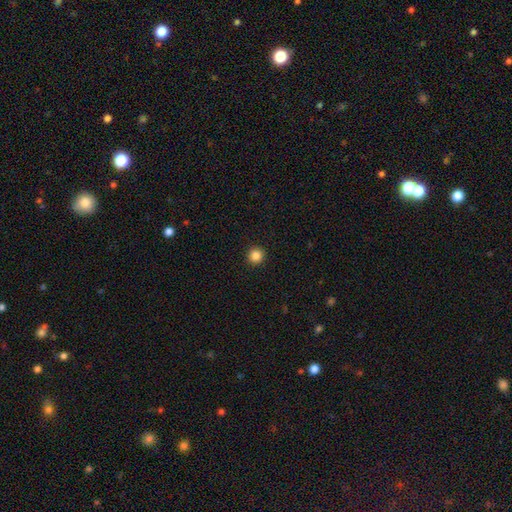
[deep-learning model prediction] Smooth or featured: smooth — 86% (star or artifact — 11%)
How rounded: round — 94% (in between — 5%)
Merging: none — 94% (minor disturbance — 4%)